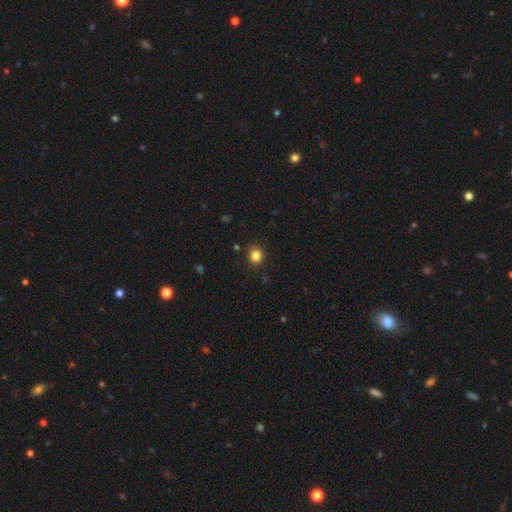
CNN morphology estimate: A smooth galaxy with no disk features (83%) that is round (83%).

Vote fractions:
- Smooth or featured? smooth: 83% / star or artifact: 12% / featured or disk: 4%
- How rounded? round: 83% / in between: 16% / cigar-shaped: 1%
- Merging? none: 88% / minor disturbance: 8% / major disturbance: 2% / merger: 1%